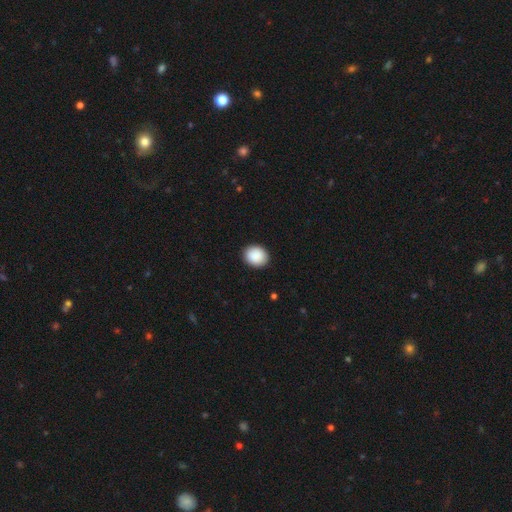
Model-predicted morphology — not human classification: This is clearly a smooth galaxy (91%). How rounded: likely round (64%). Merging: clearly none (91%).